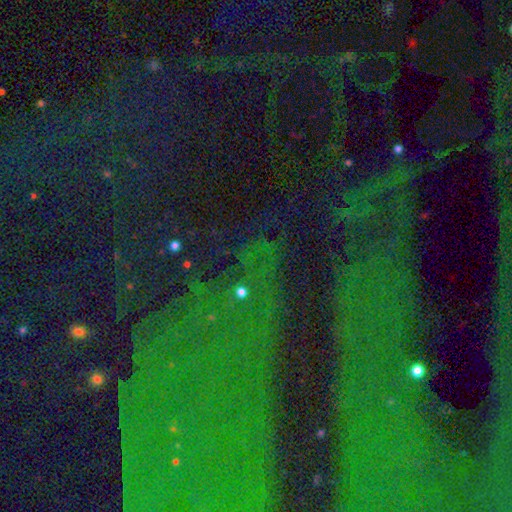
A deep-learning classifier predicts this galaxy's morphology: smooth_or_featured: star or artifact (p=0.82) [alt: smooth p=0.09]